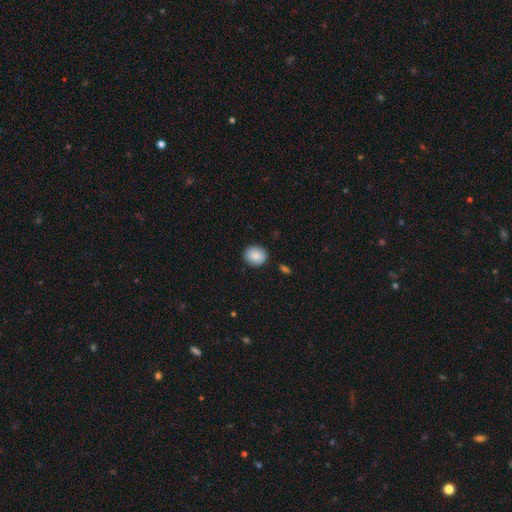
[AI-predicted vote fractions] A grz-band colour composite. It shows a smooth galaxy with no disk features (85%) that is round (74%). Merging: none (88%).